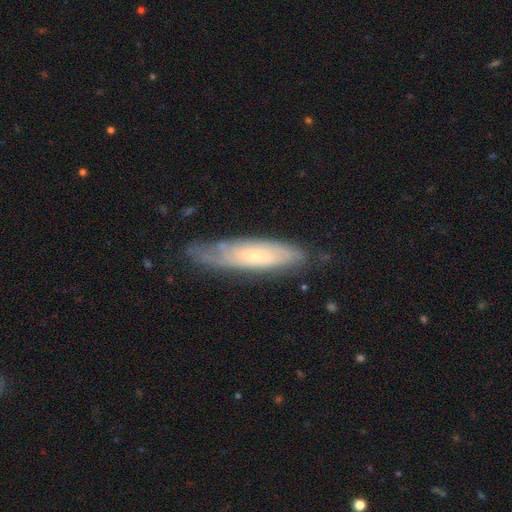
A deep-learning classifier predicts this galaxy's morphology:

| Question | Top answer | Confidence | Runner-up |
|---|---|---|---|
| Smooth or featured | featured or disk | 60% | smooth (33%) |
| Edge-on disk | no | 65% | yes (35%) |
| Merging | none | 66% | minor disturbance (24%) |